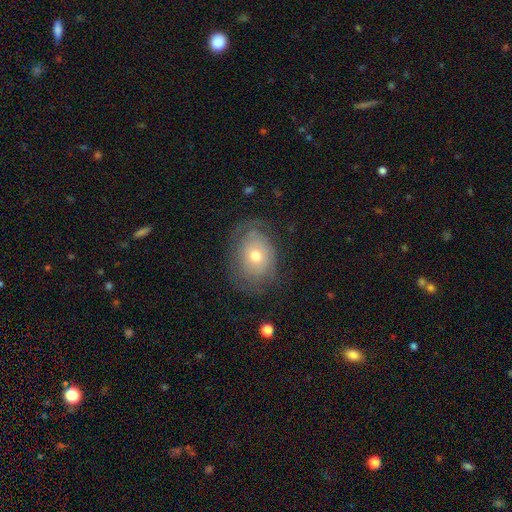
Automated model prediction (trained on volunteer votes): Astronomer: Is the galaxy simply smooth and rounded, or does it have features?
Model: featured or disk — 51% (runner-up: smooth, 39%).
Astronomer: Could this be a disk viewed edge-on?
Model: no — 94%.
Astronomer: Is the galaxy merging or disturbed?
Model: none — 64%.